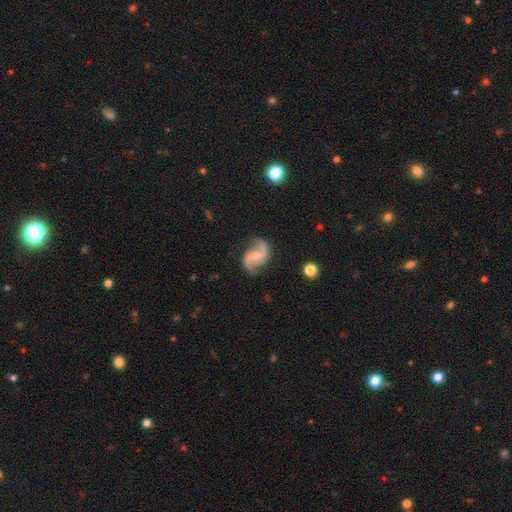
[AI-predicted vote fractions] Smooth or featured?
  - featured or disk: 88% *
  - smooth: 7%
  - star or artifact: 5%
Edge-on disk?
  - no: 98% *
  - yes: 2%
Bar?
  - weak: 49% *
  - no: 33%
  - strong: 18%
Spiral arms?
  - yes: 97% *
  - no: 3%
Spiral winding?
  - loose: 52% *
  - medium: 39%
  - tight: 9%
Spiral arm count?
  - 2: 94% *
  - can't tell: 2%
  - 1: 2%
  - 3: 1%
  - 4: 1%
  - more than 4: 1%
Bulge size?
  - moderate: 51% *
  - small: 42%
  - none: 3%
  - large: 2%
  - dominant: 1%
Merging?
  - none: 80% *
  - minor disturbance: 14%
  - major disturbance: 4%
  - merger: 1%